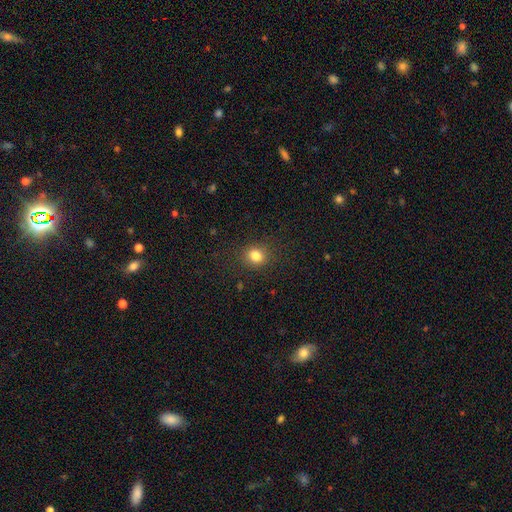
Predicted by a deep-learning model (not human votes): Q: Smooth or featured?
A: smooth (82%); runner-up: star or artifact (12%)
Q: How rounded?
A: round (75%); runner-up: in between (24%)
Q: Merging?
A: none (87%); runner-up: minor disturbance (9%)